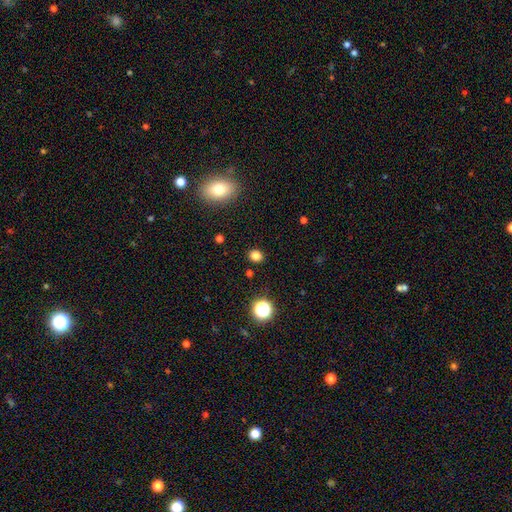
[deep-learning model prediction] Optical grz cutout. It shows a smooth galaxy with no disk features (80%) that is round (72%). Merging: none (90%).